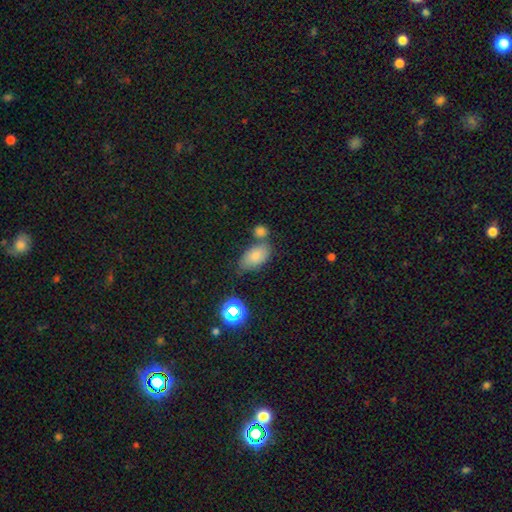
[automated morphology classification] smooth-or-featured: smooth: 77% | star or artifact: 13% | featured or disk: 10%
  how-rounded: in between: 91% | round: 7% | cigar-shaped: 2%
  merging: none: 56% | merger: 22% | minor disturbance: 16% | major disturbance: 5%